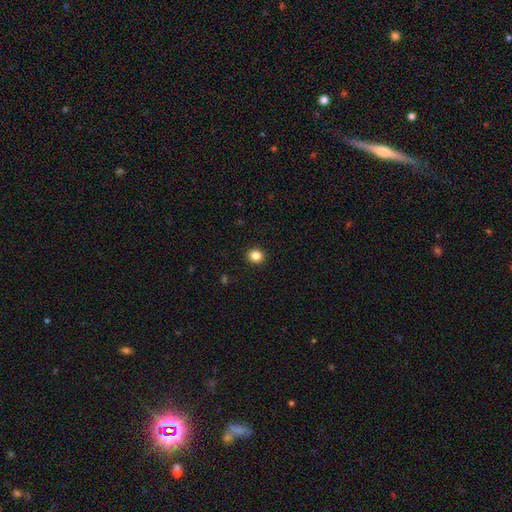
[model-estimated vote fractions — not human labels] A smooth galaxy with no disk features (85%) that is round (84%). Merging: none (92%).